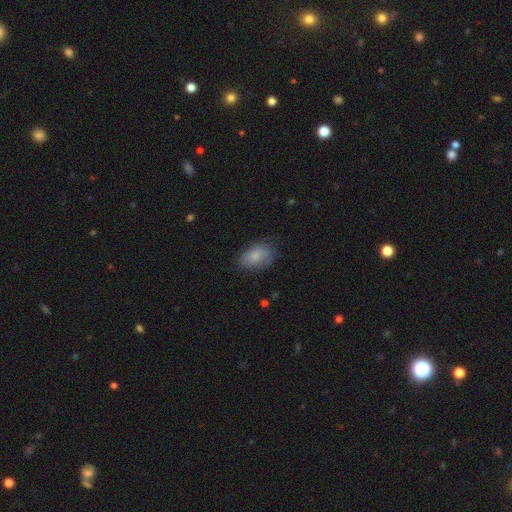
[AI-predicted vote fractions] A smooth galaxy with no disk features (81%) that is in between round and cigar-shaped (88%). Merging: none (70%).